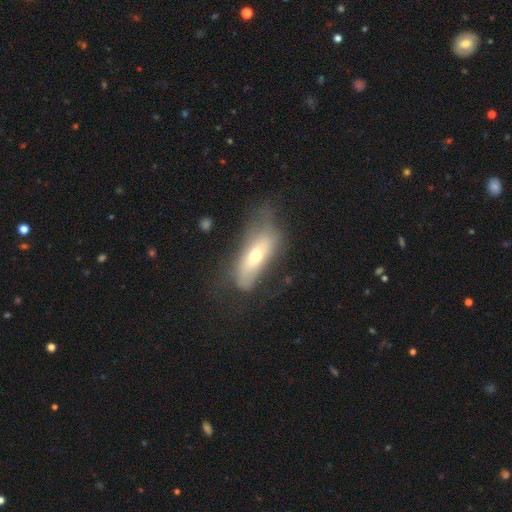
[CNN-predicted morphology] A smooth galaxy with no disk features (52%) that is in between round and cigar-shaped (59%).

Vote fractions:
- Smooth or featured? smooth: 52% / featured or disk: 41% / star or artifact: 7%
- How rounded? in between: 59% / cigar-shaped: 38% / round: 3%
- Merging? none: 42% / minor disturbance: 31% / major disturbance: 24% / merger: 3%